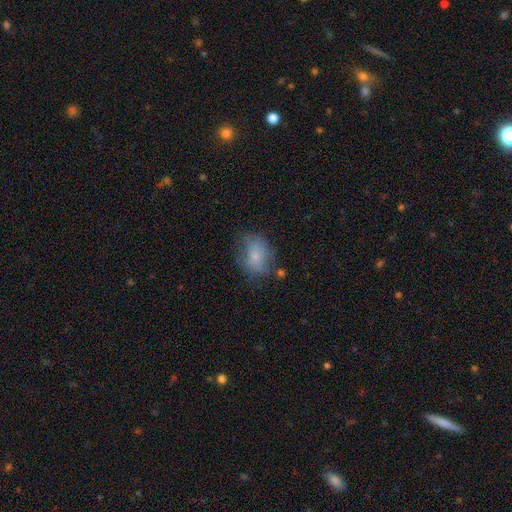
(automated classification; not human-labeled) Smooth or featured? Predicted: smooth (p=0.70). How rounded? Predicted: in between (p=0.68). Merging? Predicted: none (p=0.54).